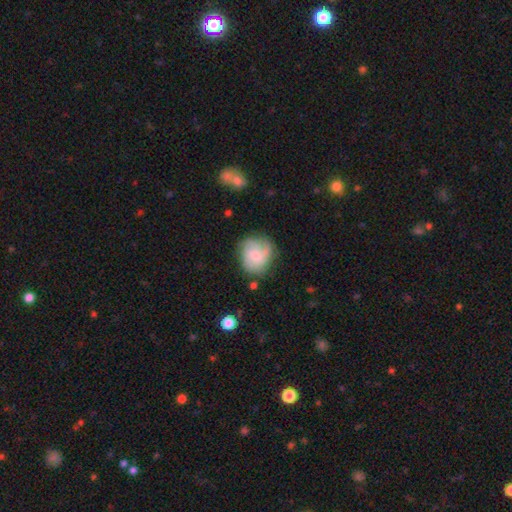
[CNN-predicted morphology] Overall: featured or disk (50%; smooth 42%). Merging: none (65%).